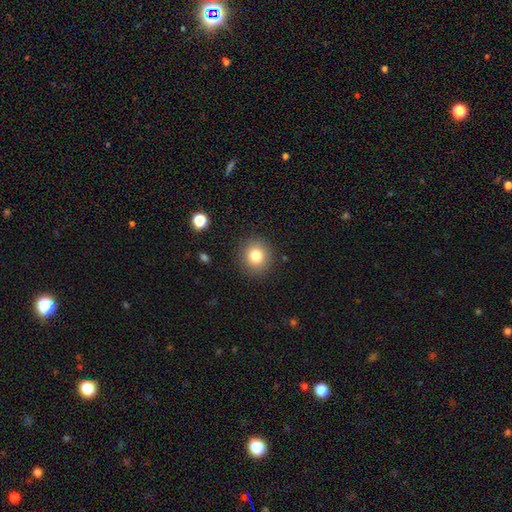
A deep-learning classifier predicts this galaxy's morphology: type=smooth (81%); roundness=round (89%); merging=none (89%).